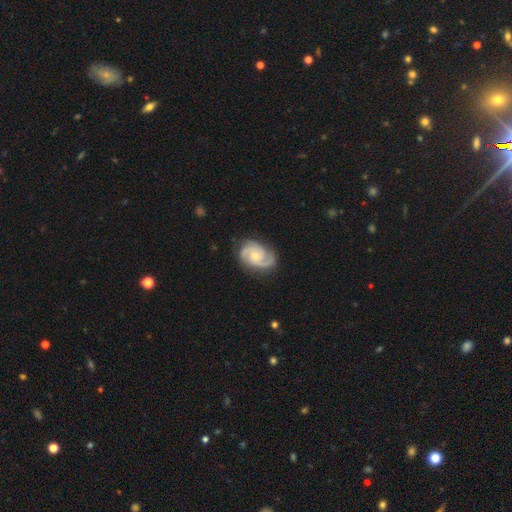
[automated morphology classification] Smooth or featured? featured or disk (89%)
Edge-on disk? no (98%)
Bar? no (68%)
Spiral arms? yes (98%)
Spiral winding? tight (47%)
Spiral arm count? 2 (45%)
Bulge size? small (52%)
Merging? none (78%)